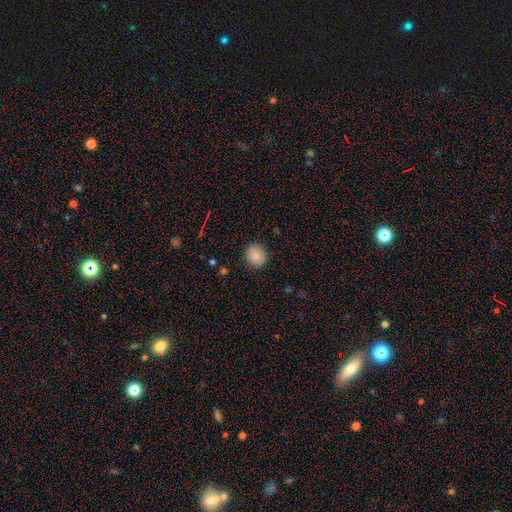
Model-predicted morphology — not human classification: Smooth or featured?
  - smooth: 82% *
  - featured or disk: 9%
  - star or artifact: 9%
How rounded?
  - round: 83% *
  - in between: 16%
  - cigar-shaped: 1%
Merging?
  - none: 89% *
  - minor disturbance: 8%
  - major disturbance: 2%
  - merger: 1%